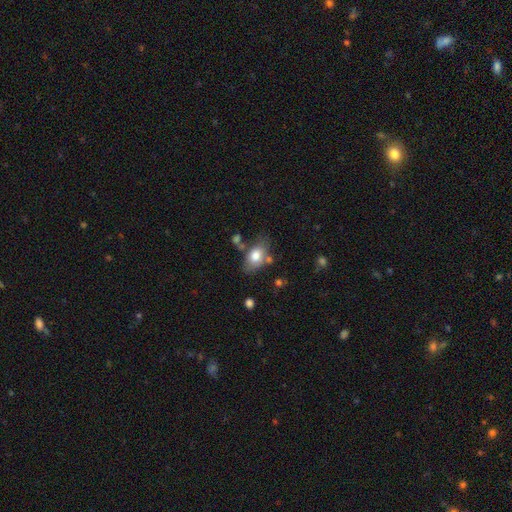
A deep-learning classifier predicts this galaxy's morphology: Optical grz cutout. It shows a smooth galaxy with no disk features (75%) that is in between round and cigar-shaped (85%). Merging: none (60%).